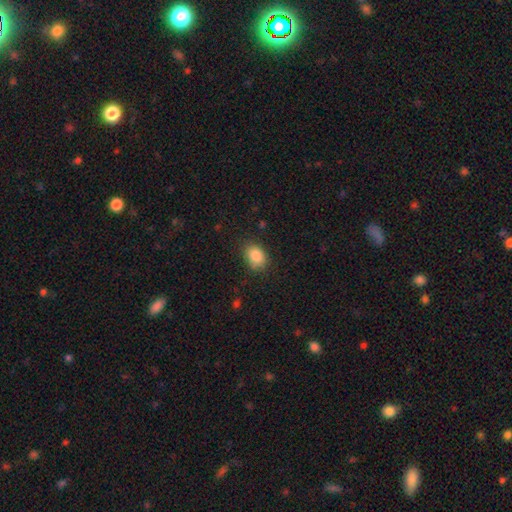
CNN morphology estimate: Smooth or featured? Predicted: smooth (p=0.86). How rounded? Predicted: in between (p=0.71). Merging? Predicted: none (p=0.80).